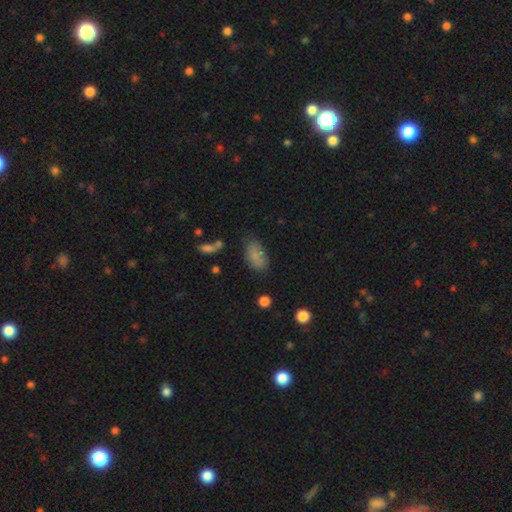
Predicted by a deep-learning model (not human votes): smooth-or-featured: smooth: 78% | featured or disk: 13% | star or artifact: 9%
  how-rounded: in between: 92% | round: 5% | cigar-shaped: 3%
  merging: none: 66% | minor disturbance: 22% | major disturbance: 6% | merger: 5%